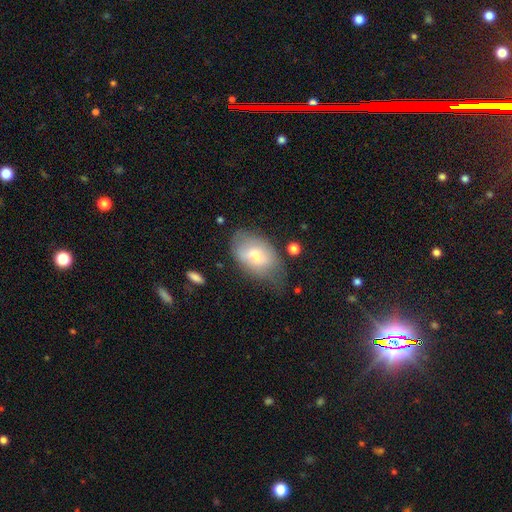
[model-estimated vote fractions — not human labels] smooth-or-featured: smooth: 65% | featured or disk: 27% | star or artifact: 7%
  how-rounded: in between: 90% | round: 8% | cigar-shaped: 2%
  merging: none: 50% | minor disturbance: 34% | major disturbance: 12% | merger: 4%